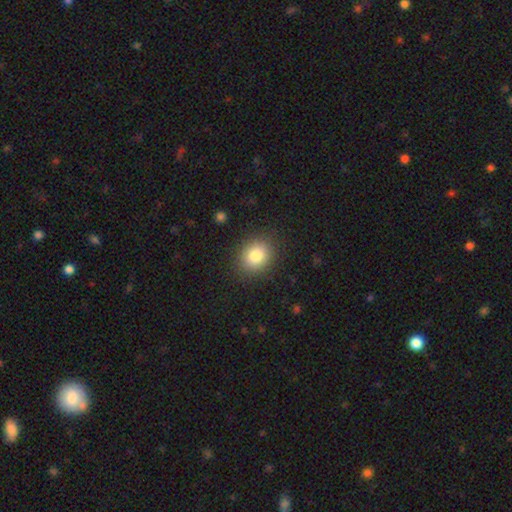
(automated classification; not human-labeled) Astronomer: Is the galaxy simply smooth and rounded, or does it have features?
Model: smooth — 83%.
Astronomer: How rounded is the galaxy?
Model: round — 64%.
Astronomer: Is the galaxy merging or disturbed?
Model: none — 87%.